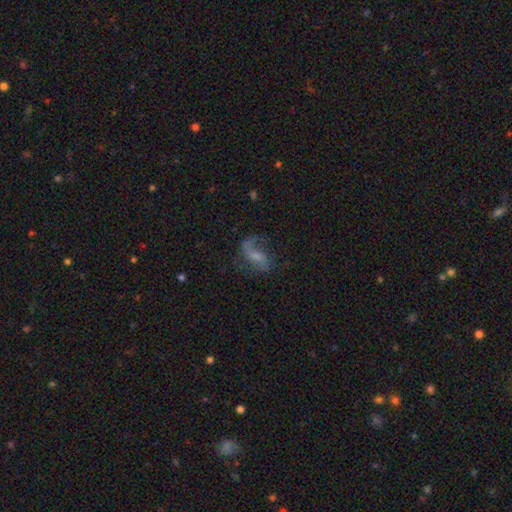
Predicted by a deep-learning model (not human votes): This appears to be a featured or disk galaxy (70%) with a weak bar (44%), 2 (74%) loose (72%) spiral arms (89%) and a small central bulge (42%). Merging: none (56%).